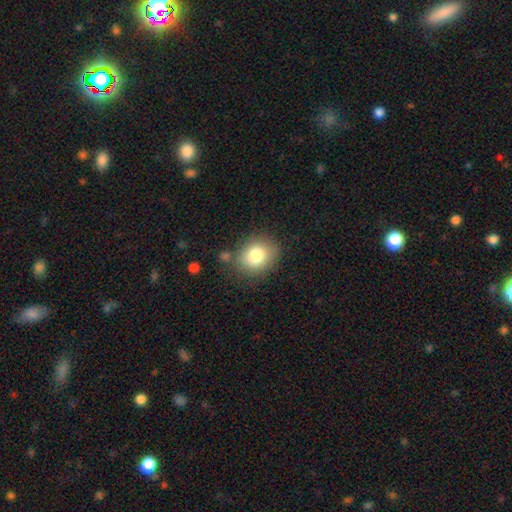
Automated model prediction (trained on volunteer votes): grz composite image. It shows a smooth galaxy with no disk features (81%) that is round (57%). Merging: none (75%).